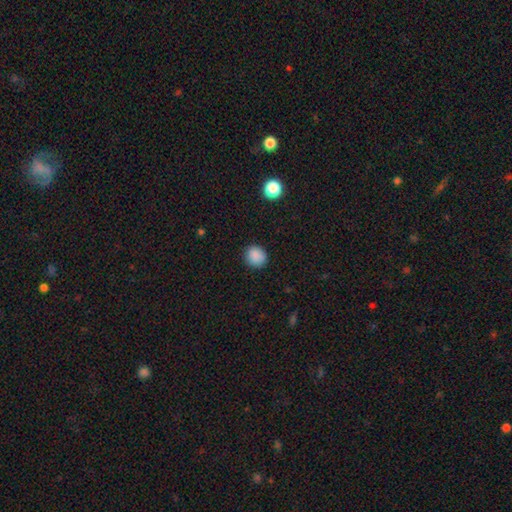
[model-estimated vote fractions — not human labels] Smooth or featured? Predicted: smooth (p=0.87). How rounded? Predicted: round (p=0.87). Merging? Predicted: none (p=0.89).